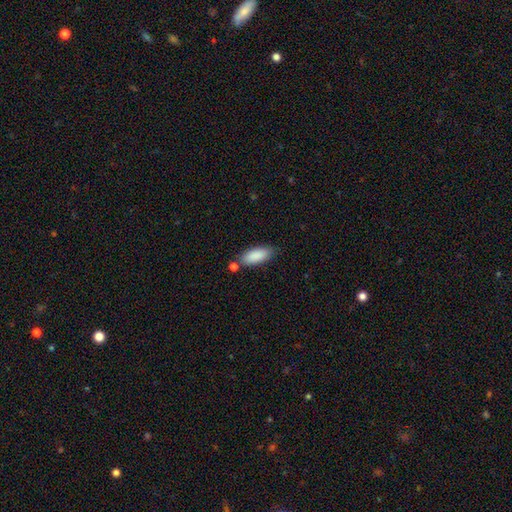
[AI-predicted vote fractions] Overall: smooth (88%). How rounded: in between (75%). Merging: none (71%).